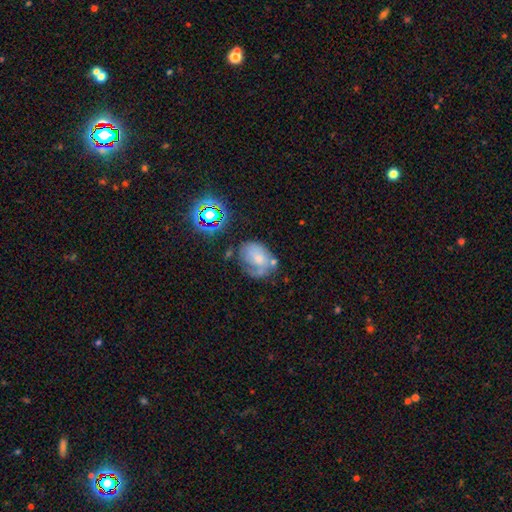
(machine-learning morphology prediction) A featured or disk galaxy (47%).

Vote fractions:
- Smooth or featured? featured or disk: 47% / smooth: 35% / star or artifact: 18%
- Merging? none: 46% / minor disturbance: 27% / major disturbance: 18% / merger: 9%